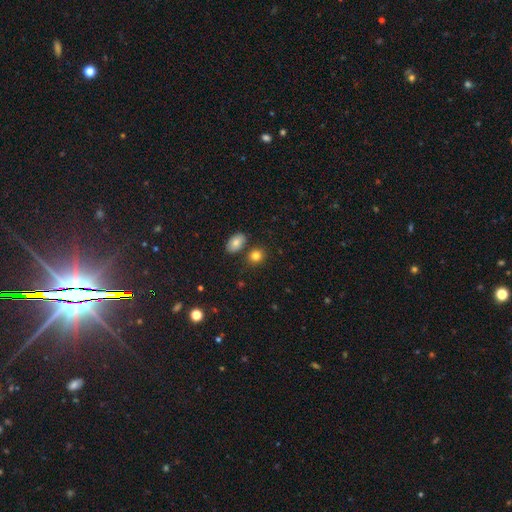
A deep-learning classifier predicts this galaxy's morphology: Overall: smooth (83%). How rounded: round (58%; in between 41%). Merging: none (73%).